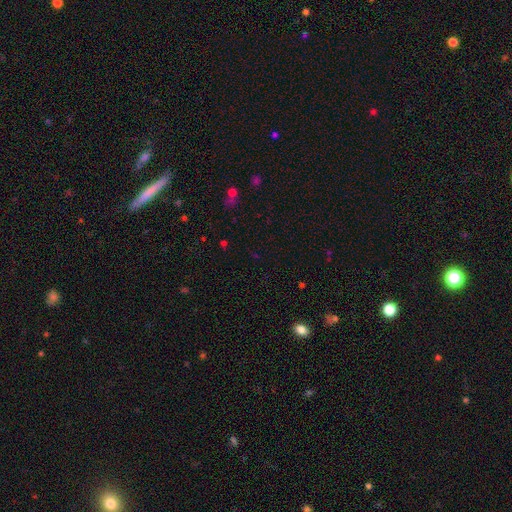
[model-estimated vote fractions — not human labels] star or artifact 66%, smooth 26%, featured or disk 8%.